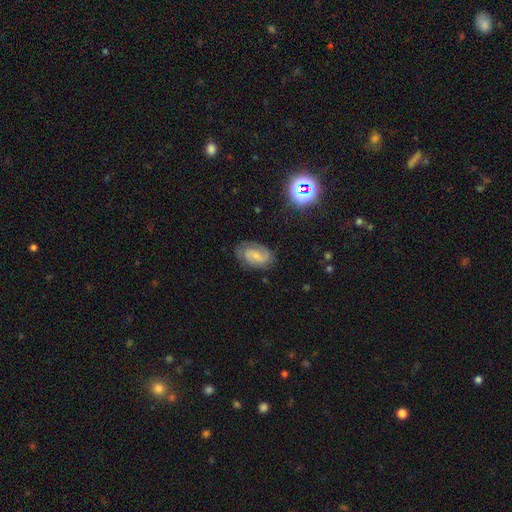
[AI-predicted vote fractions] Smooth or featured?
  - featured or disk: 62% *
  - smooth: 28%
  - star or artifact: 10%
Edge-on disk?
  - no: 96% *
  - yes: 4%
Bar?
  - weak: 45% *
  - no: 43%
  - strong: 12%
Spiral arms?
  - yes: 90% *
  - no: 10%
Spiral winding?
  - medium: 43% *
  - tight: 39%
  - loose: 18%
Spiral arm count?
  - 2: 70% *
  - can't tell: 15%
  - 1: 9%
  - 3: 3%
  - 4: 1%
  - more than 4: 1%
Bulge size?
  - small: 53% *
  - moderate: 22%
  - none: 21%
  - large: 3%
  - dominant: 1%
Merging?
  - none: 74% *
  - minor disturbance: 18%
  - major disturbance: 7%
  - merger: 2%